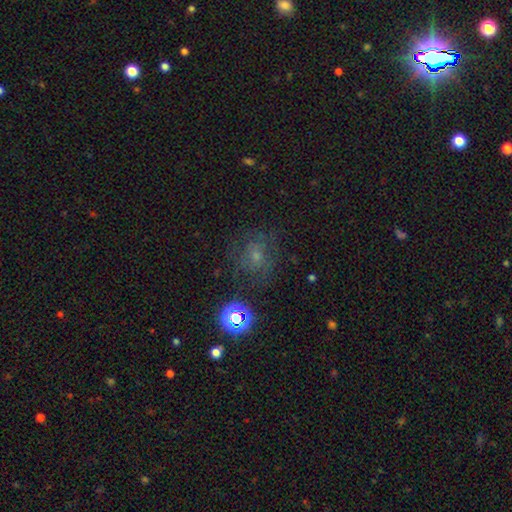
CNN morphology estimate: The model was most divided on "smooth or featured": smooth: 41%, star or artifact: 31%, featured or disk: 28%. More confident: merging — none (69%).